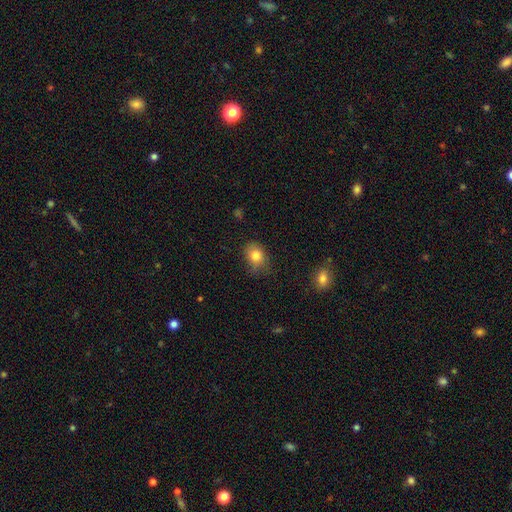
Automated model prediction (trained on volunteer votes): Overall: smooth (82%). How rounded: in between (53%; round 46%). Merging: none (69%).